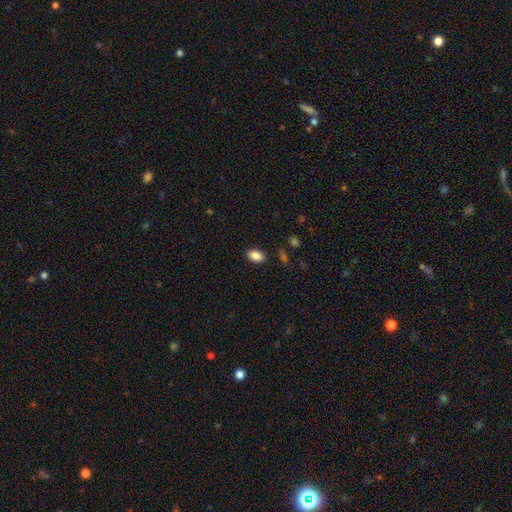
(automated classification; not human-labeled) smooth-or-featured: smooth: 87% | star or artifact: 8% | featured or disk: 4%
  how-rounded: in between: 89% | round: 9% | cigar-shaped: 2%
  merging: none: 88% | minor disturbance: 9% | major disturbance: 2% | merger: 1%